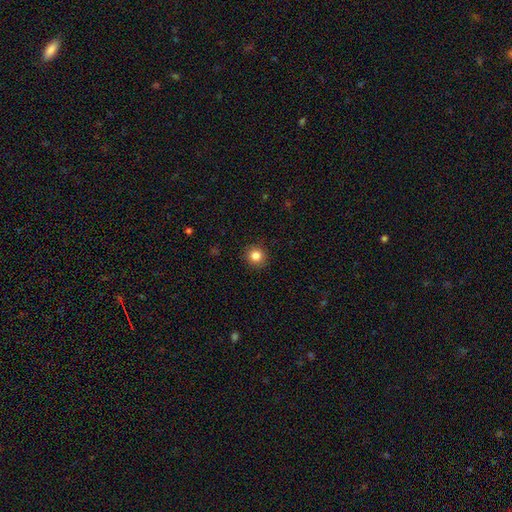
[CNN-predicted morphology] The model was most divided on "smooth or featured": smooth: 84%, star or artifact: 11%, featured or disk: 5%. More confident: how rounded — round (92%); merging — none (91%).